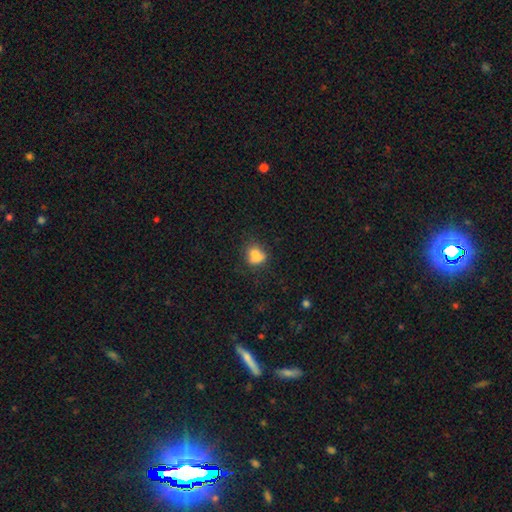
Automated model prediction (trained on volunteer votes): Smooth or featured? Predicted: smooth (p=0.72). How rounded? Predicted: round (p=0.59). Merging? Predicted: none (p=0.38).